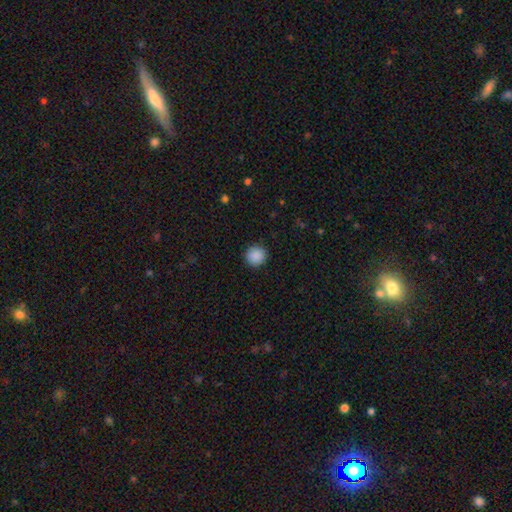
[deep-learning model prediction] Morphology: type=smooth (89%); roundness=round (94%); merging=none (92%).